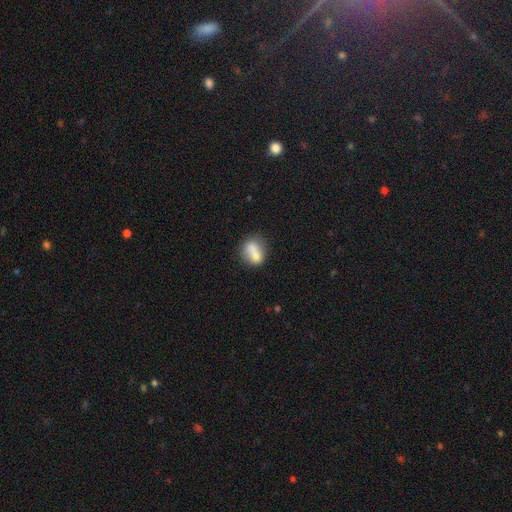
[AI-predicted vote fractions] A smooth galaxy with no disk features (69%) that is round (51%).

Vote fractions:
- Smooth or featured? smooth: 69% / featured or disk: 23% / star or artifact: 9%
- How rounded? round: 51% / in between: 45% / cigar-shaped: 4%
- Merging? merger: 45% / none: 38% / minor disturbance: 12% / major disturbance: 5%